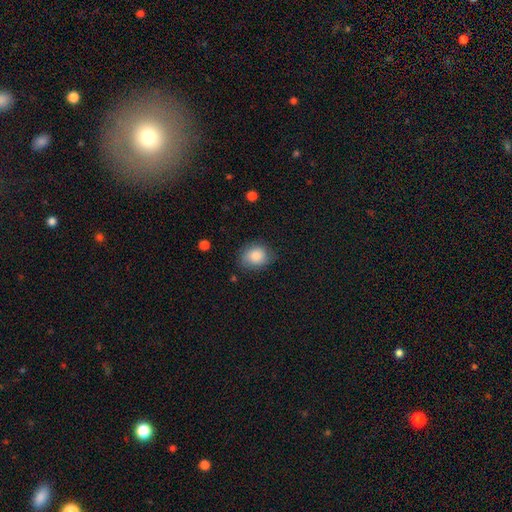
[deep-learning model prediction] A smooth galaxy with no disk features (83%) that is round (51%).

Vote fractions:
- Smooth or featured? smooth: 83% / featured or disk: 9% / star or artifact: 8%
- How rounded? round: 51% / in between: 48% / cigar-shaped: 1%
- Merging? none: 72% / minor disturbance: 22% / major disturbance: 5% / merger: 1%